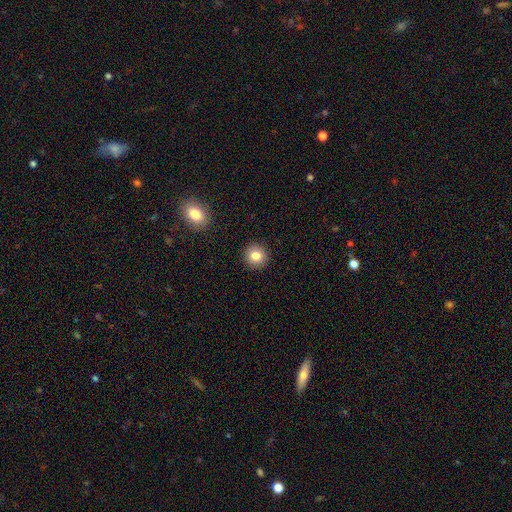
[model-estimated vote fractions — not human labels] Smooth or featured? smooth (82%)
How rounded? round (93%)
Merging? none (92%)